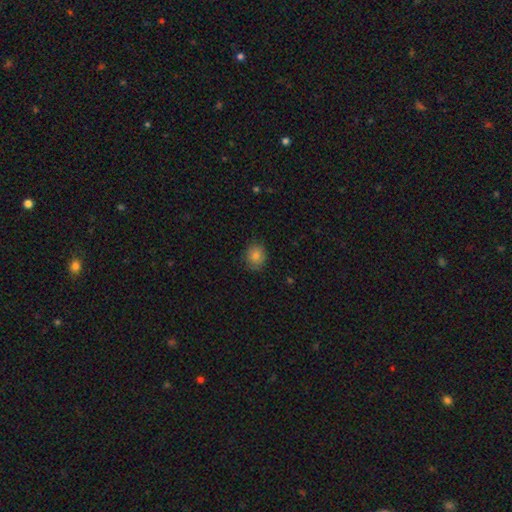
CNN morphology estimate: Overall: smooth (82%). How rounded: round (73%). Merging: none (85%).